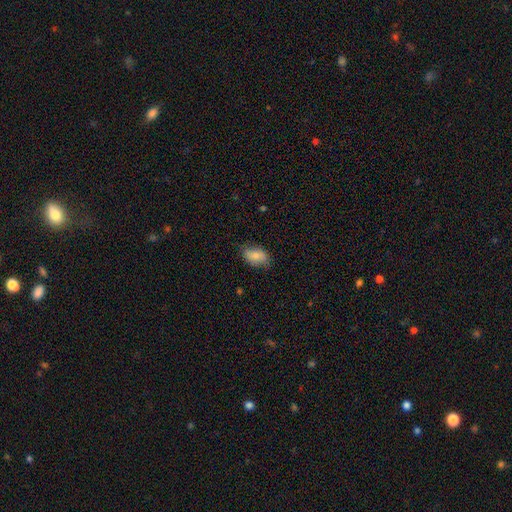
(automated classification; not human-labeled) smooth_or_featured: smooth (p=0.82) [alt: featured or disk p=0.11]
how_rounded: in between (p=0.90) [alt: round p=0.08]
merging: none (p=0.74) [alt: minor disturbance p=0.21]